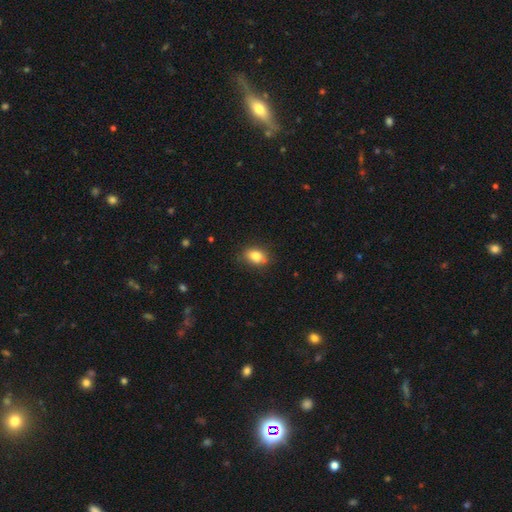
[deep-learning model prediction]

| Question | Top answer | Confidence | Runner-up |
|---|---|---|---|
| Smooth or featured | smooth | 82% | featured or disk (9%) |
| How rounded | in between | 77% | round (22%) |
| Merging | none | 78% | minor disturbance (16%) |